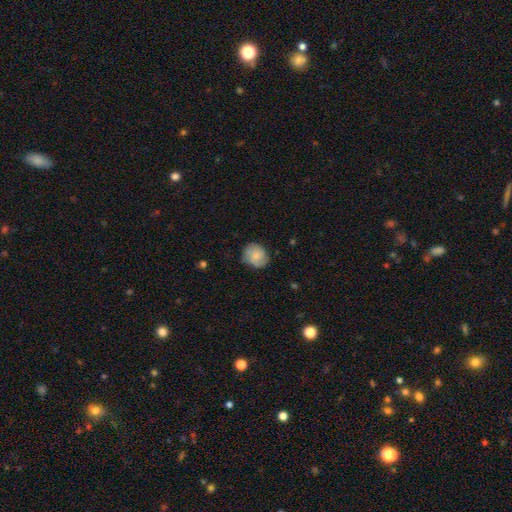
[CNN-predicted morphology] The model was most divided on "smooth or featured": smooth: 68%, featured or disk: 25%, star or artifact: 7%. More confident: merging — none (74%); how rounded — round (72%).